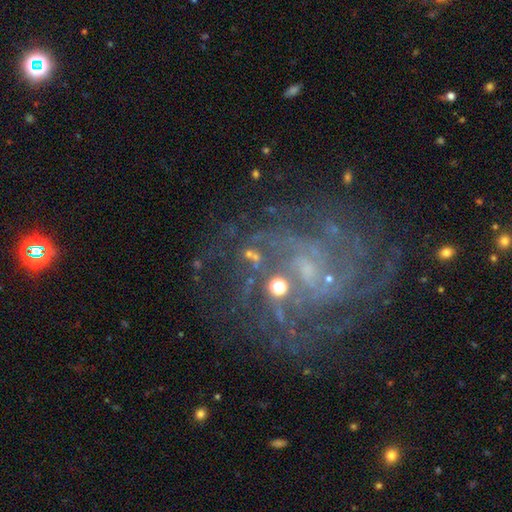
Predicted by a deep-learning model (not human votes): Morphology: type=featured or disk (84%); edge-on=no (98%); bar=no (54%); spiral arms=yes (96%); winding=tight (57%); arm count=can't tell (25%); bulge=small (61%); merging=none (69%).